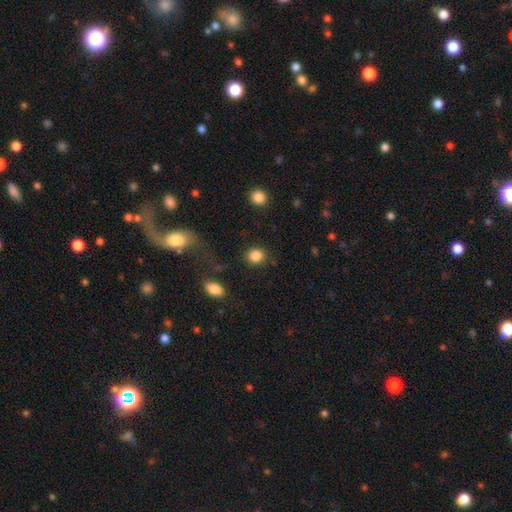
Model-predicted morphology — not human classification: type=smooth (86%); roundness=round (74%); merging=none (86%).